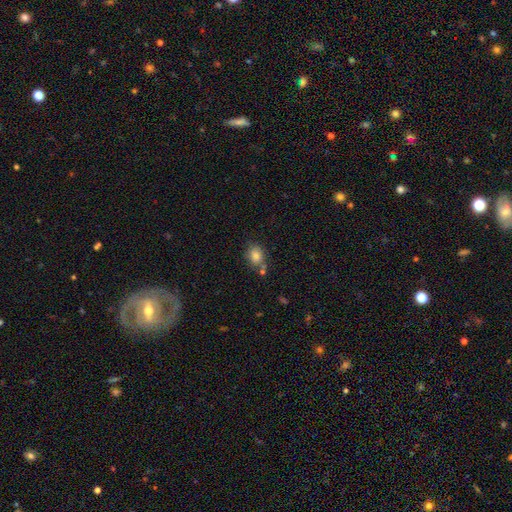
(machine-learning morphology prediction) Smooth or featured? Predicted: smooth (p=0.81). How rounded? Predicted: in between (p=0.52). Merging? Predicted: none (p=0.64).